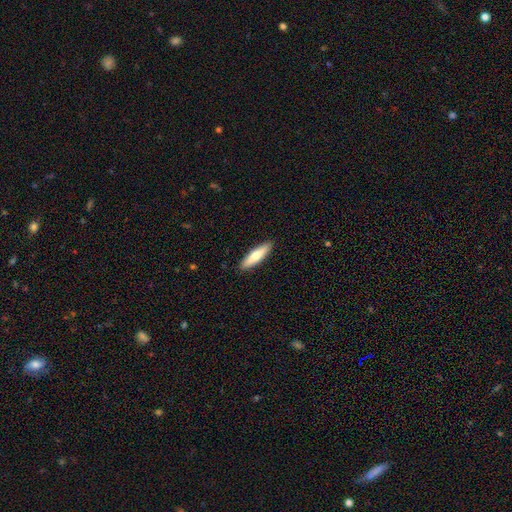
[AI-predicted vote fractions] smooth-or-featured: smooth: 67% | featured or disk: 27% | star or artifact: 5%
  how-rounded: cigar-shaped: 73% | in between: 25% | round: 2%
  merging: none: 91% | minor disturbance: 7% | major disturbance: 1% | merger: 1%